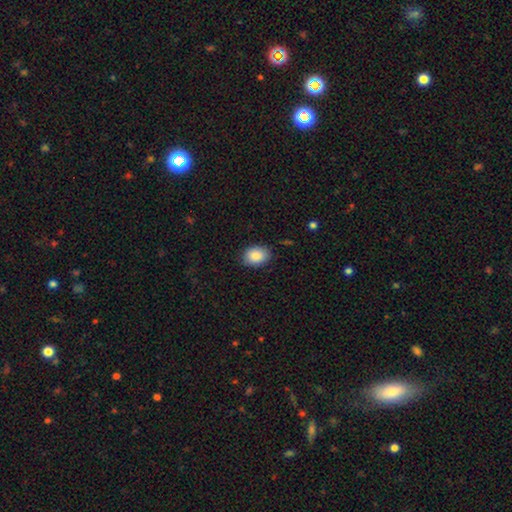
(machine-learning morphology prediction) Smooth or featured?
  - smooth: 88% *
  - star or artifact: 7%
  - featured or disk: 5%
How rounded?
  - in between: 74% *
  - round: 25%
  - cigar-shaped: 1%
Merging?
  - none: 85% *
  - minor disturbance: 12%
  - major disturbance: 2%
  - merger: 1%